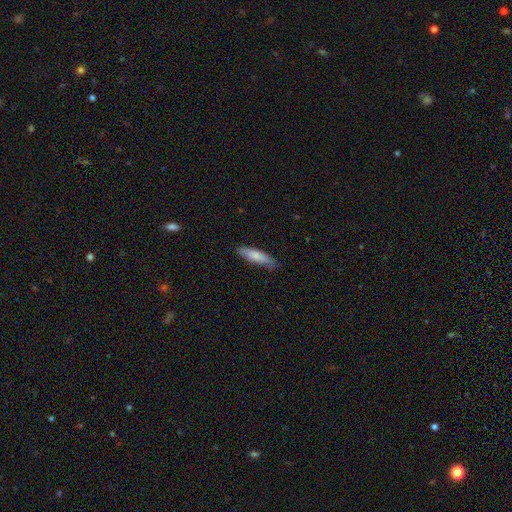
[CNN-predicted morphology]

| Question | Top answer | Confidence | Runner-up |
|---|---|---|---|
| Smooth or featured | smooth | 80% | featured or disk (15%) |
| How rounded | cigar-shaped | 70% | in between (28%) |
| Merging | none | 80% | minor disturbance (17%) |